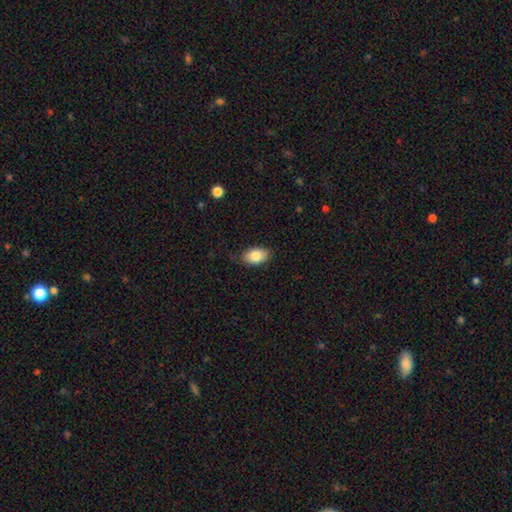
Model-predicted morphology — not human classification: Smooth or featured? Predicted: smooth (p=0.84). How rounded? Predicted: in between (p=0.92). Merging? Predicted: none (p=0.85).